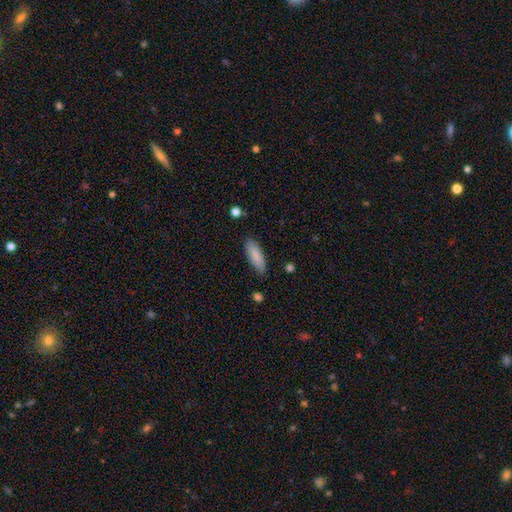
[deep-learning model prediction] Smooth or featured: smooth — 87% (featured or disk — 7%)
How rounded: in between — 60% (cigar-shaped — 39%)
Merging: none — 84% (minor disturbance — 12%)